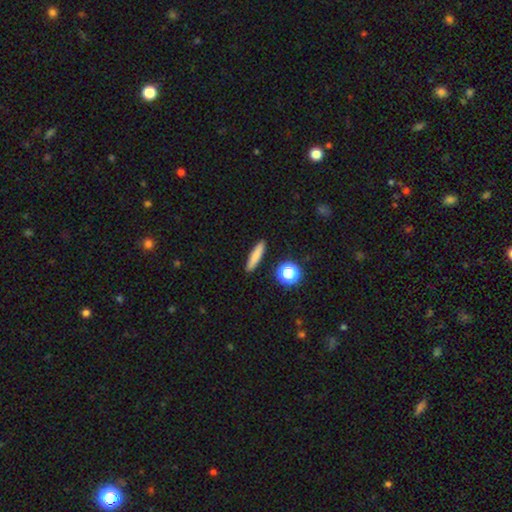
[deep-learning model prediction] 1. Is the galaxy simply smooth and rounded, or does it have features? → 77% smooth, 13% featured or disk, 10% star or artifact.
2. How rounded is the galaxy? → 83% cigar-shaped, 12% in between, 5% round.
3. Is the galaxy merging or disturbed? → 90% none, 6% minor disturbance, 2% merger, 2% major disturbance.